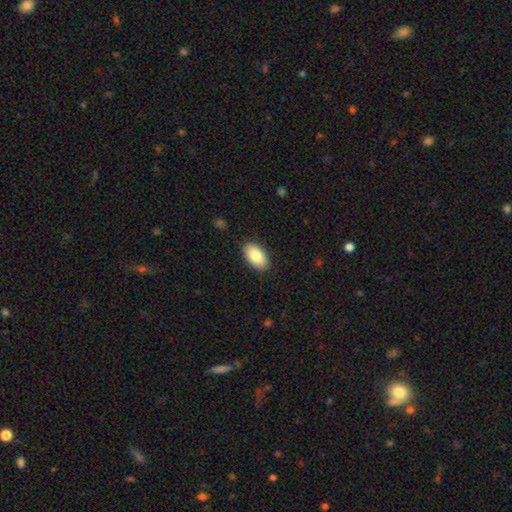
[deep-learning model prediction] Smooth or featured? smooth (84%)
How rounded? in between (94%)
Merging? none (88%)